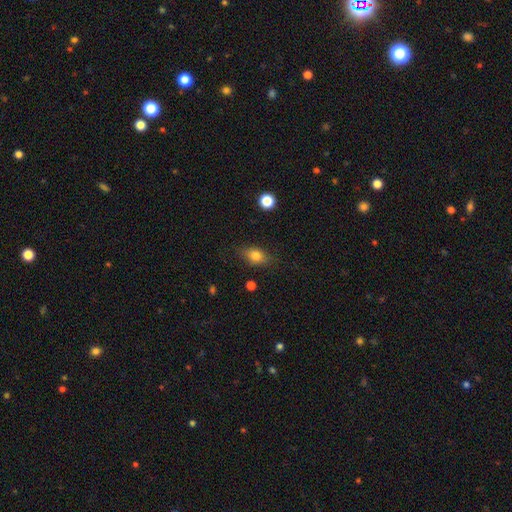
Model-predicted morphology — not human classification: Smooth or featured? Predicted: smooth (p=0.78). How rounded? Predicted: in between (p=0.75). Merging? Predicted: none (p=0.80).